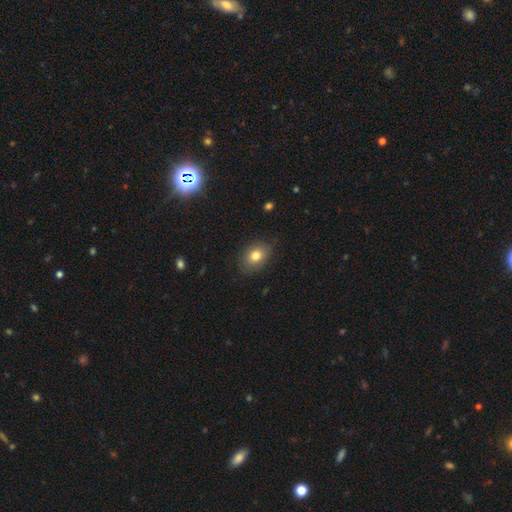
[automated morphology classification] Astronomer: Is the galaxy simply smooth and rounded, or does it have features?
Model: smooth — 79%.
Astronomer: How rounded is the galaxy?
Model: in between — 64%.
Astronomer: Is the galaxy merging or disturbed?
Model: none — 81%.